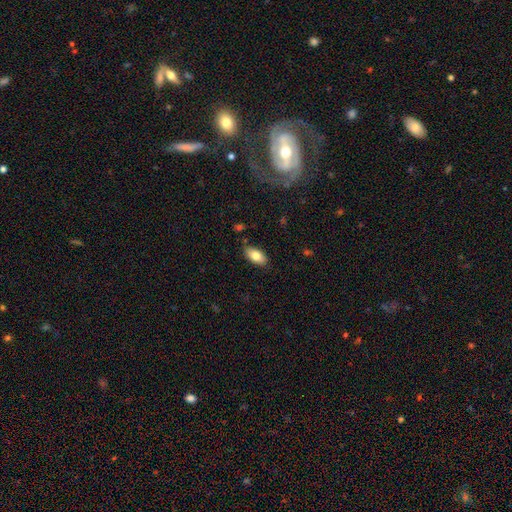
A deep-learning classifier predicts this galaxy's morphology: Smooth or featured?
  - smooth: 81% *
  - featured or disk: 12%
  - star or artifact: 7%
How rounded?
  - in between: 93% *
  - cigar-shaped: 4%
  - round: 3%
Merging?
  - none: 85% *
  - minor disturbance: 11%
  - major disturbance: 2%
  - merger: 2%